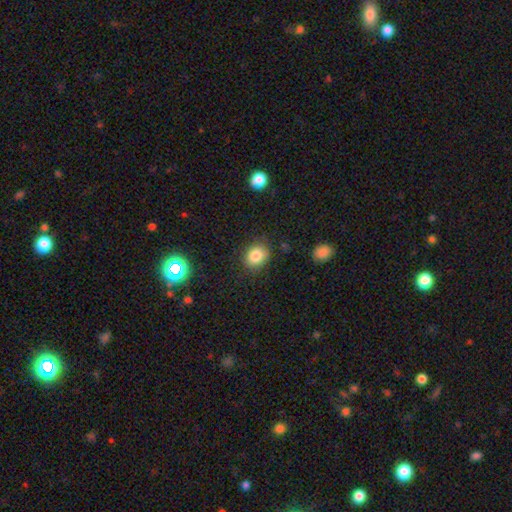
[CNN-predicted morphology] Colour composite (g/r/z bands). It shows a smooth galaxy with no disk features (83%) that is round (58%). Merging: none (82%).